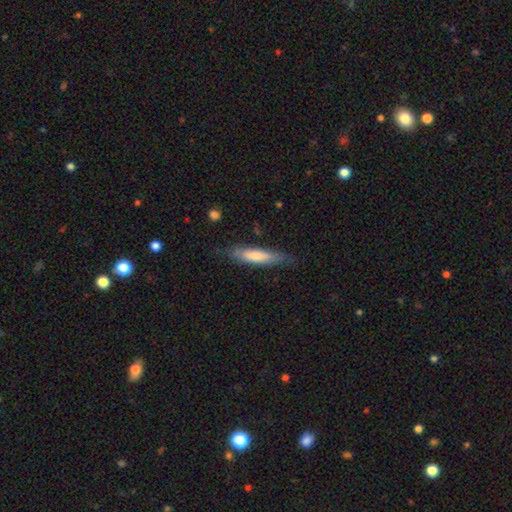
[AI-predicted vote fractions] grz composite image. It shows a smooth galaxy with no disk features (65%) that is cigar-shaped (82%). Merging: none (78%).